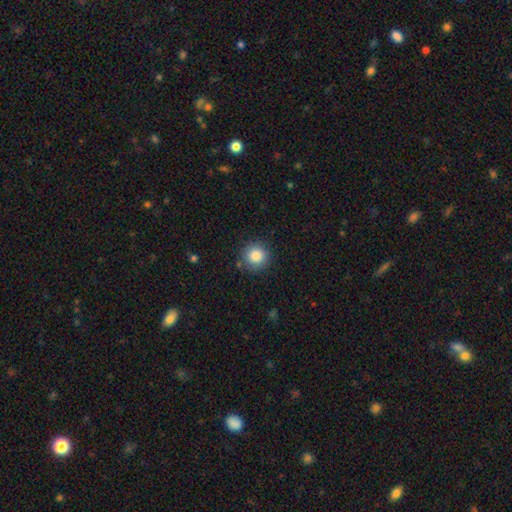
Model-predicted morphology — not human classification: A smooth galaxy with no disk features (85%) that is round (94%). Merging: none (87%).